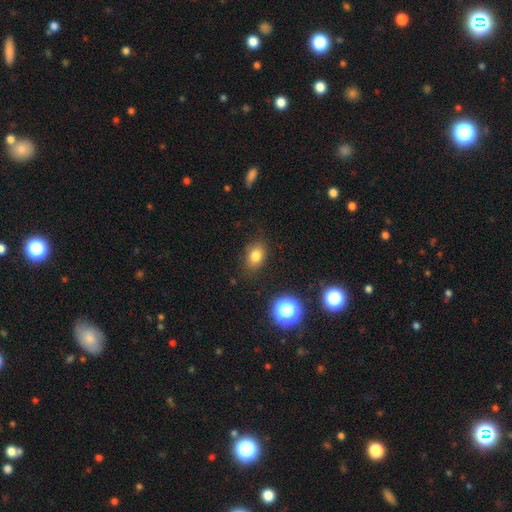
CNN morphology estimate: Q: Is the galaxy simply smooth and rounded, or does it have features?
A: smooth — 79%.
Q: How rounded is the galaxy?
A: in between — 67%.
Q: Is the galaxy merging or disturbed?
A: none — 82%.